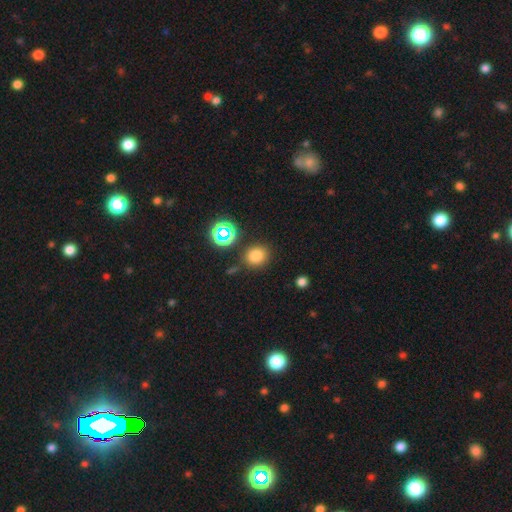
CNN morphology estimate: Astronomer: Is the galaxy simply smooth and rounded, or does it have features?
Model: smooth — 76%.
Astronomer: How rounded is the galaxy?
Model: round — 73%.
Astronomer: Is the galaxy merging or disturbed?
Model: none — 82%.